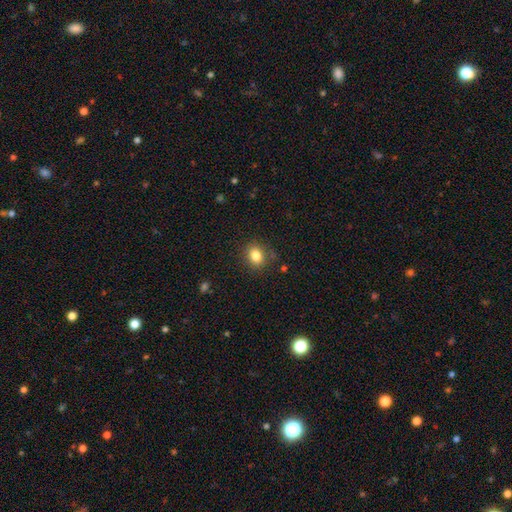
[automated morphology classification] A smooth galaxy with no disk features (83%) that is round (53%). Merging: none (84%).